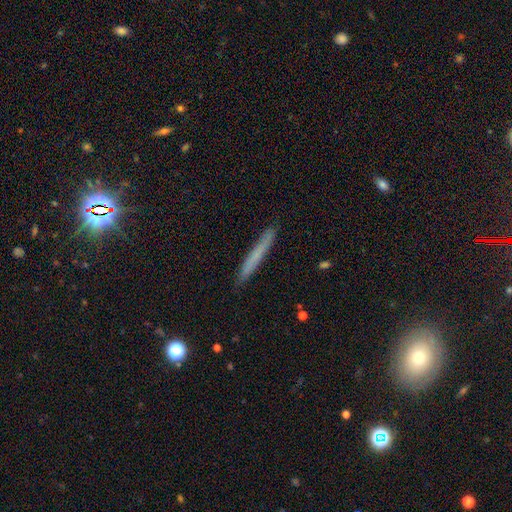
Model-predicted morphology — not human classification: This appears to be a smooth galaxy with no disk features (63%) that is cigar-shaped (97%). Merging: none (89%).